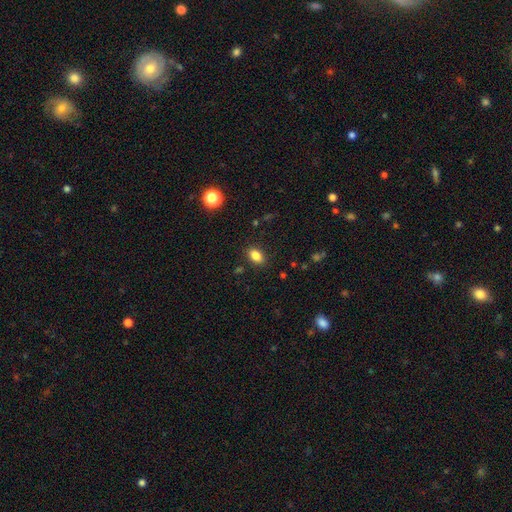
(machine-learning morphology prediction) The model was most divided on "how rounded": in between: 83%, round: 15%, cigar-shaped: 2%. More confident: merging — none (87%); smooth or featured — smooth (85%).